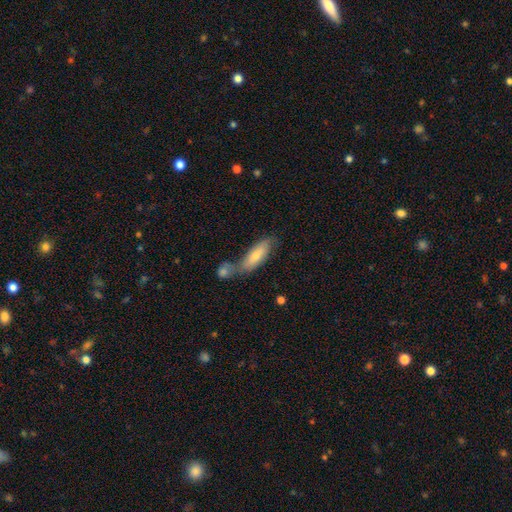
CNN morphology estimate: This appears to be a smooth galaxy with no disk features (71%) that is in between round and cigar-shaped (60%). Merging: merger (45%).